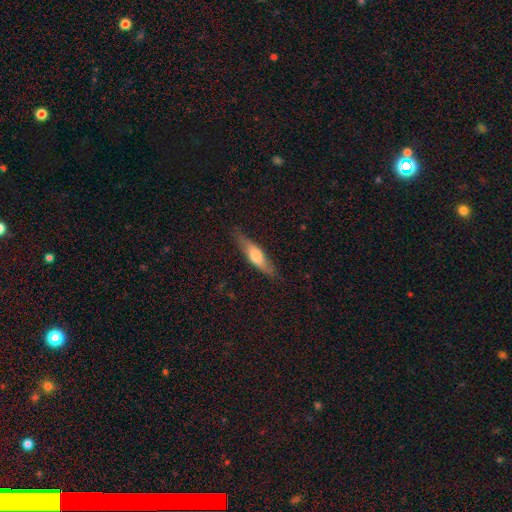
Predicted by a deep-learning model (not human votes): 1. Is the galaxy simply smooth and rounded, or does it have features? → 51% smooth, 43% featured or disk, 6% star or artifact.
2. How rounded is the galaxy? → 71% cigar-shaped, 27% in between, 2% round.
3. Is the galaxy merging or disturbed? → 81% none, 15% minor disturbance, 3% major disturbance, 1% merger.